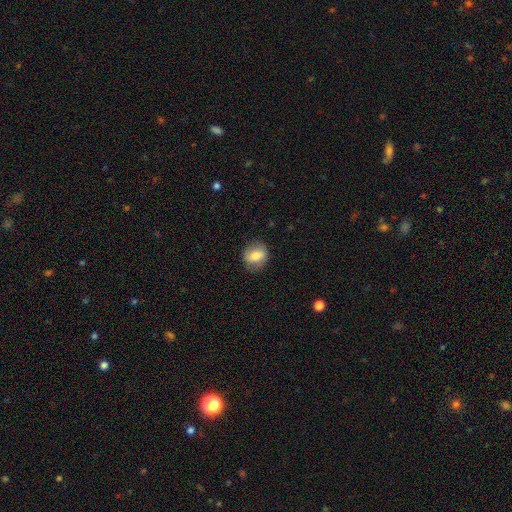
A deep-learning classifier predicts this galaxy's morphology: type=smooth (74%); roundness=round (55%); merging=none (79%).